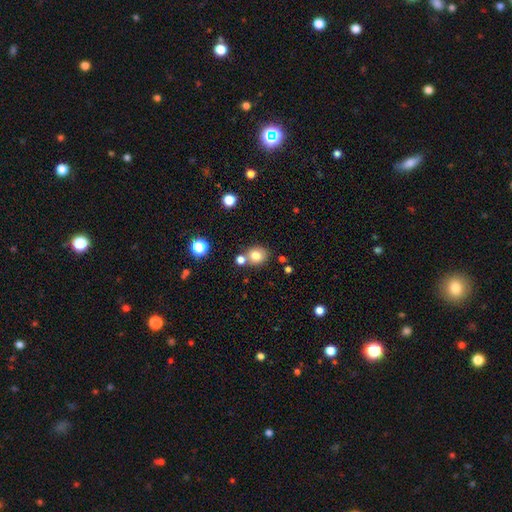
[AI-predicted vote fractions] Smooth or featured?
  - smooth: 78% *
  - star or artifact: 12%
  - featured or disk: 9%
How rounded?
  - round: 73% *
  - in between: 26%
  - cigar-shaped: 1%
Merging?
  - none: 65% *
  - merger: 21%
  - minor disturbance: 10%
  - major disturbance: 3%